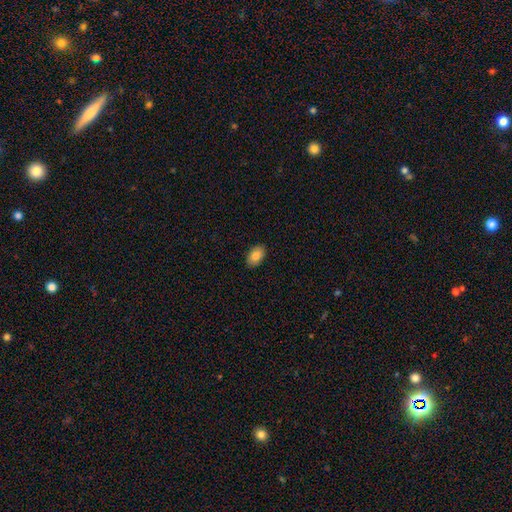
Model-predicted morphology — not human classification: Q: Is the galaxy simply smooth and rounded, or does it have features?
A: smooth — 85%.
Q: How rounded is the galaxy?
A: in between — 90%.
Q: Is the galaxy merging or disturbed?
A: none — 89%.